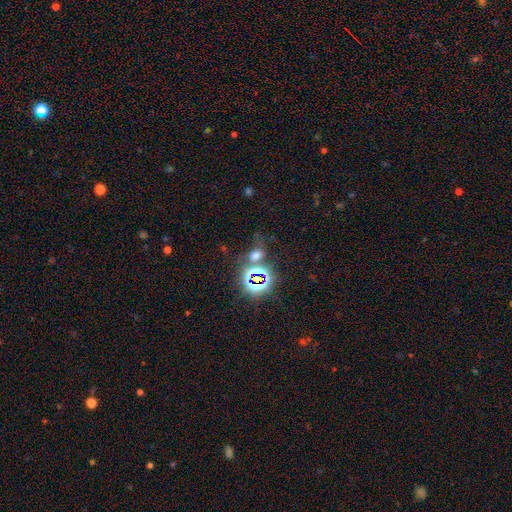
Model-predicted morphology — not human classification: Smooth or featured: star or artifact — 47% (smooth — 44%)